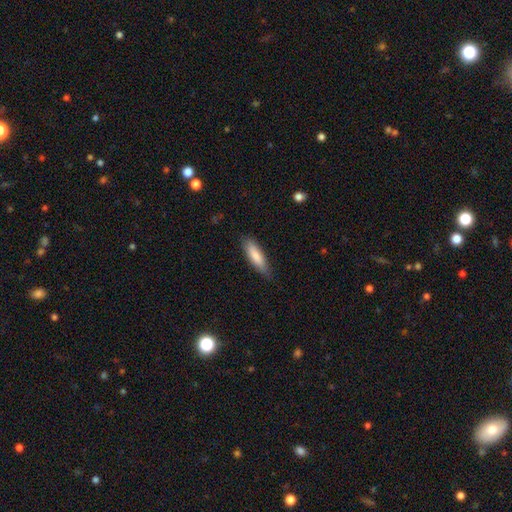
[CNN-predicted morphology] Smooth or featured? smooth (83%)
How rounded? cigar-shaped (60%)
Merging? none (80%)